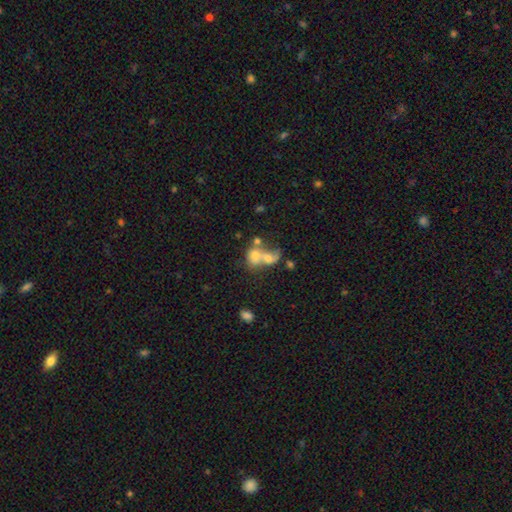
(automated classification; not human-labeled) Overall: smooth (57%; featured or disk 31%). How rounded: in between (51%; round 47%). Merging: merger (73%).